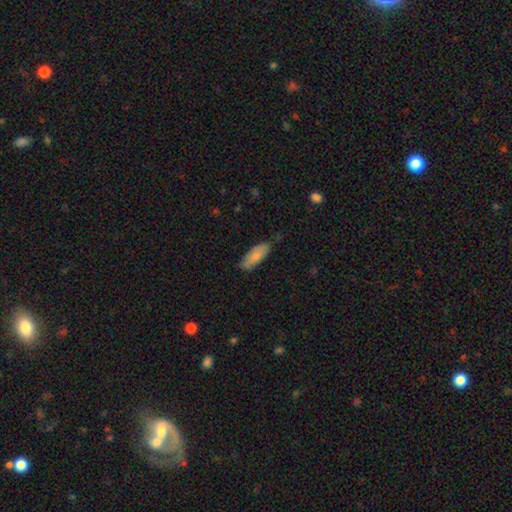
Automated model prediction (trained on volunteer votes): Overall: smooth (79%). How rounded: in between (73%). Merging: none (72%).